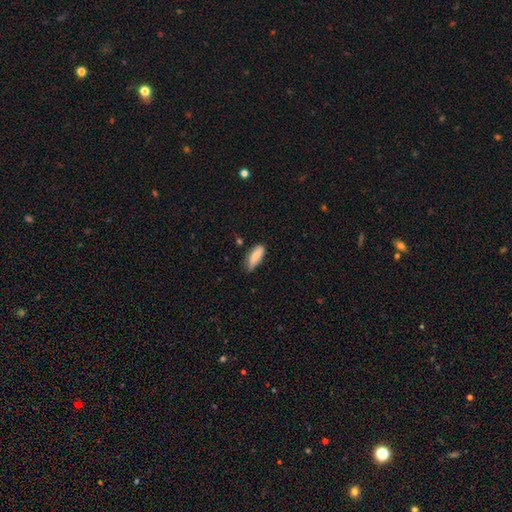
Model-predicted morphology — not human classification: Smooth or featured: smooth — 84% (featured or disk — 9%)
How rounded: in between — 68% (cigar-shaped — 30%)
Merging: none — 66% (minor disturbance — 28%)